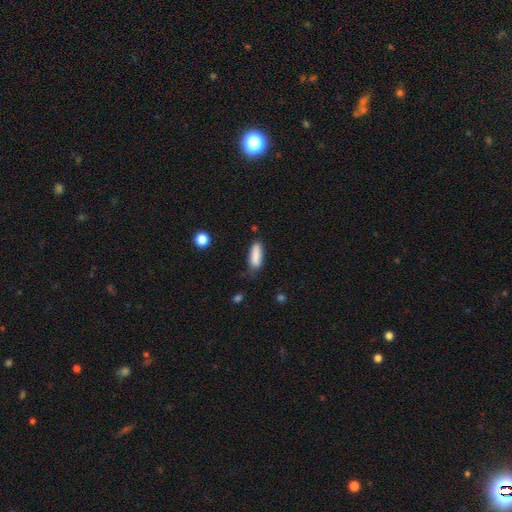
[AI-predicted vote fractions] Overall: smooth (86%). How rounded: in between (55%; cigar-shaped 43%). Merging: none (69%).